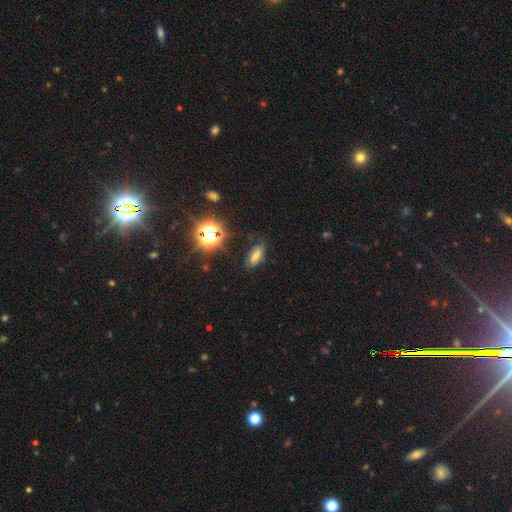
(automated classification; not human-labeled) A smooth galaxy with no disk features (56%) that is in between round and cigar-shaped (76%). Merging: none (73%).